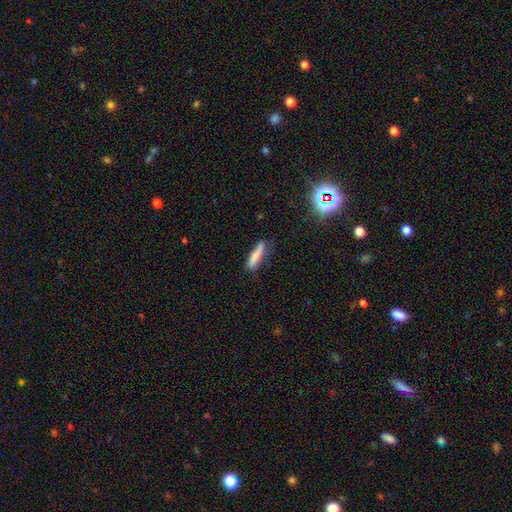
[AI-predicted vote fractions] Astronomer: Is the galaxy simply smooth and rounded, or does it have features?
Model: smooth — 79%.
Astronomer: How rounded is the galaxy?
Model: cigar-shaped — 82%.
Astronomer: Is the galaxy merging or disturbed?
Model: none — 71%.